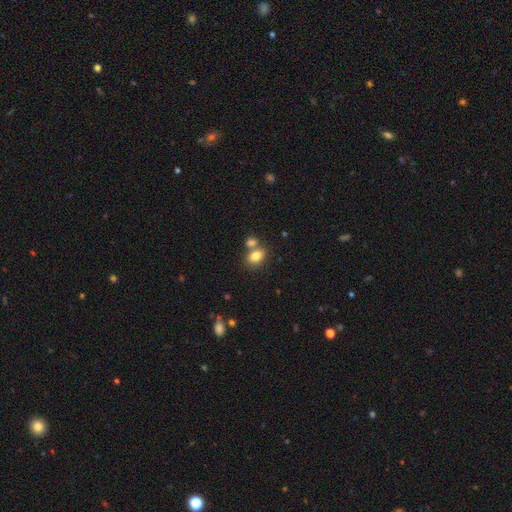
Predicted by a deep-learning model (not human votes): Smooth or featured? Predicted: smooth (p=0.81). How rounded? Predicted: in between (p=0.72). Merging? Predicted: none (p=0.49).